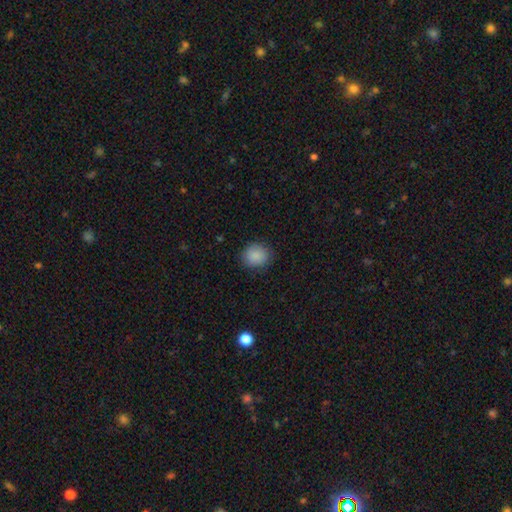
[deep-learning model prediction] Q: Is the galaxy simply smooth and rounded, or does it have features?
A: smooth — 88%.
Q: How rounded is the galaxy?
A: round — 78%.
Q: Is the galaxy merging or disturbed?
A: none — 86%.